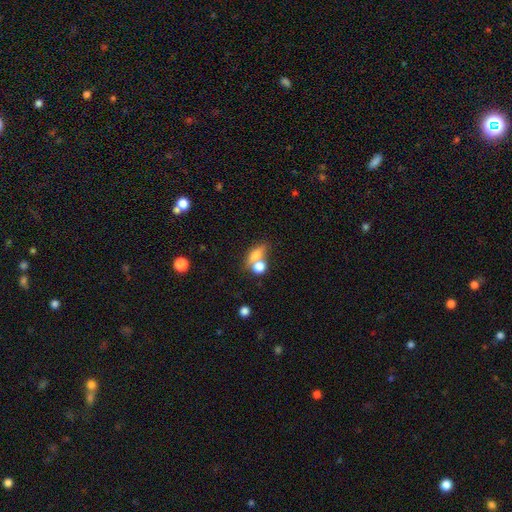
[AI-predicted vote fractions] smooth 72%, featured or disk 17%, star or artifact 11%. Down the decision tree: how rounded — in between (59%); merging — merger (42%).